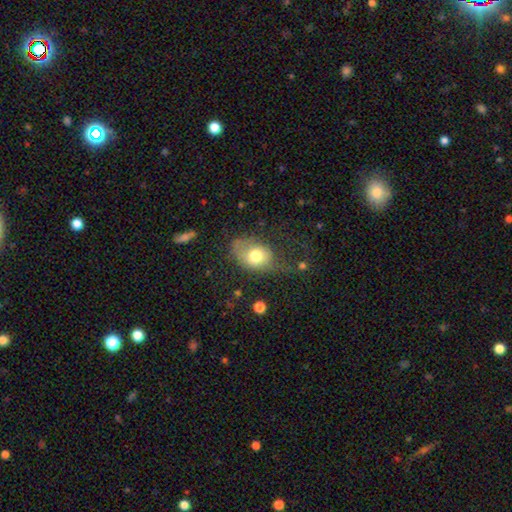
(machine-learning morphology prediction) smooth-or-featured: smooth: 73% | featured or disk: 18% | star or artifact: 9%
  how-rounded: in between: 72% | round: 27% | cigar-shaped: 1%
  merging: none: 34% | major disturbance: 32% | minor disturbance: 31% | merger: 3%